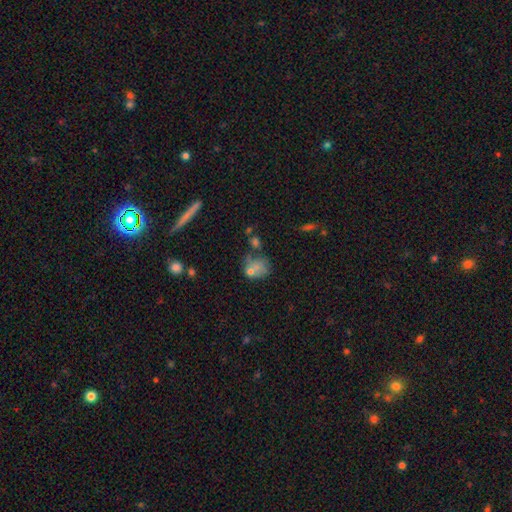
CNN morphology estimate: type=smooth (40%); merging=none (63%).